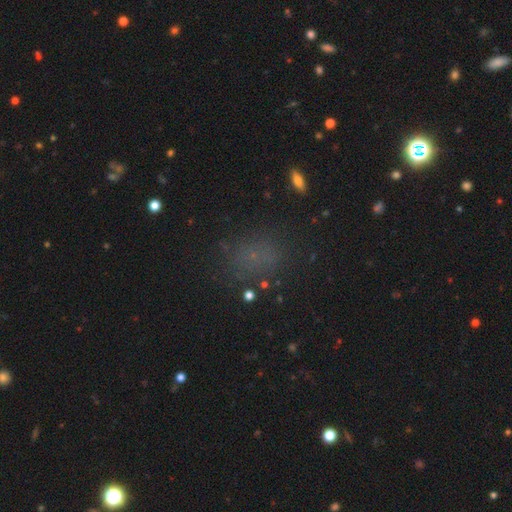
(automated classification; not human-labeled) Smooth or featured?
  - smooth: 57% *
  - star or artifact: 34%
  - featured or disk: 10%
How rounded?
  - in between: 55% *
  - round: 42%
  - cigar-shaped: 3%
Merging?
  - none: 76% *
  - minor disturbance: 14%
  - major disturbance: 7%
  - merger: 3%